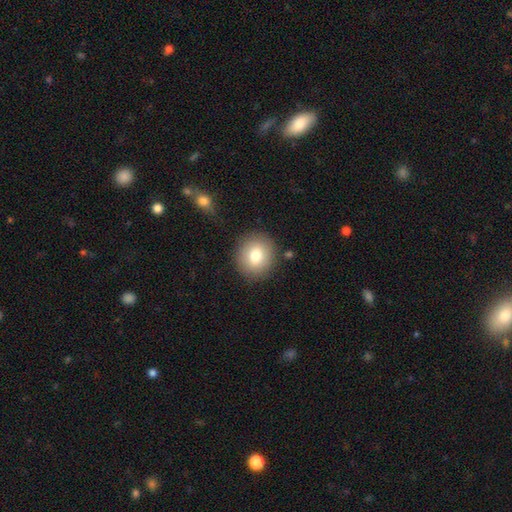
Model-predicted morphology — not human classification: type=smooth (77%); roundness=round (78%); merging=none (86%).